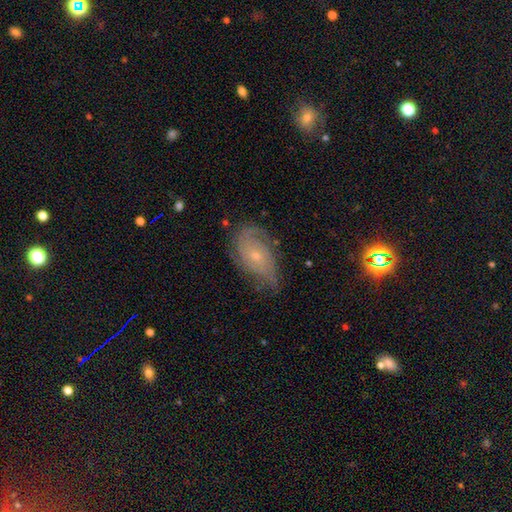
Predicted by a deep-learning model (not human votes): The model was most divided on "spiral arm count": 2: 39%, can't tell: 34%, 3: 12%, 1: 6%, 4: 5%, more than 4: 4%. More confident: edge-on disk — no (95%); spiral arms — yes (90%); bar — no (77%); smooth or featured — featured or disk (74%); bulge size — small (73%); merging — none (62%); spiral winding — tight (50%).